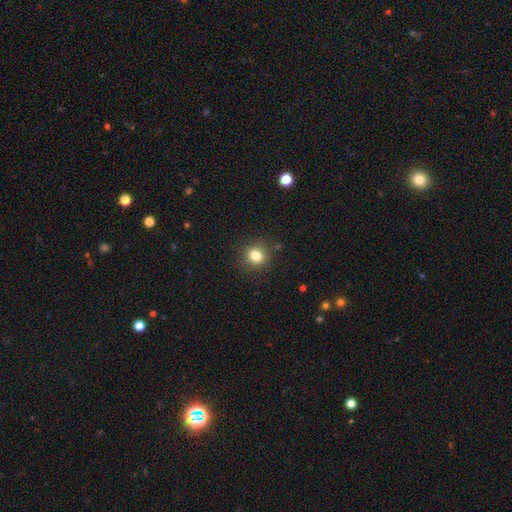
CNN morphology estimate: Smooth or featured? smooth (80%)
How rounded? round (73%)
Merging? none (87%)